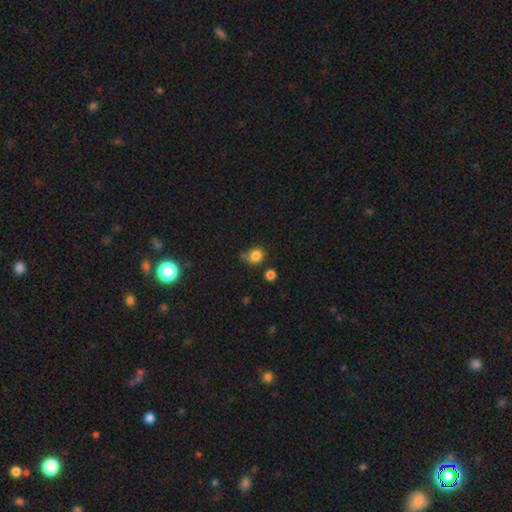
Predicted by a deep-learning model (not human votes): A smooth galaxy with no disk features (83%) that is round (78%). Merging: none (66%).